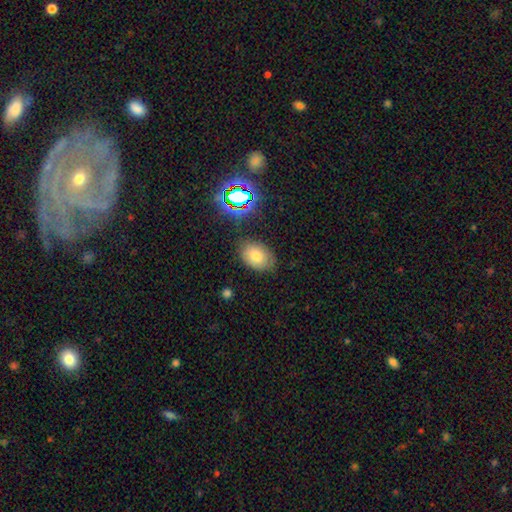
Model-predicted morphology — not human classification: The model was most divided on "smooth or featured": smooth: 73%, star or artifact: 14%, featured or disk: 12%. More confident: how rounded — in between (80%); merging — none (78%).